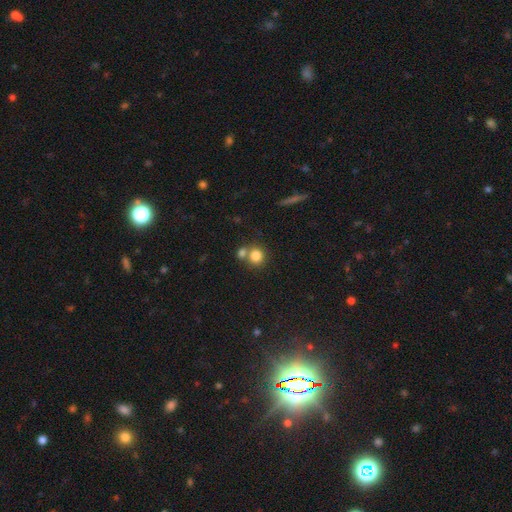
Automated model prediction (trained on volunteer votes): Overall: smooth (82%). How rounded: round (85%). Merging: none (52%; merger 36%).